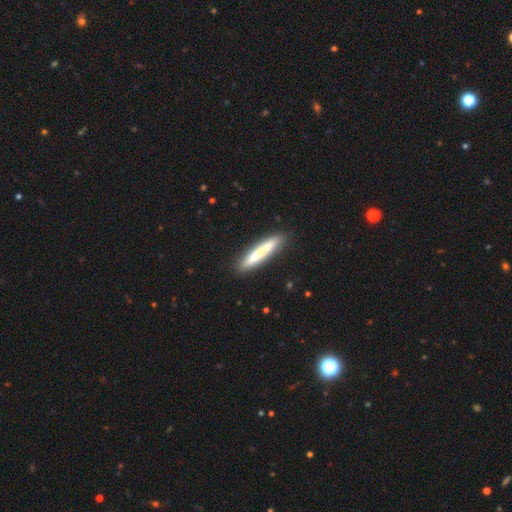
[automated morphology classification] A smooth galaxy with no disk features (65%) that is cigar-shaped (91%).

Vote fractions:
- Smooth or featured? smooth: 65% / featured or disk: 29% / star or artifact: 6%
- How rounded? cigar-shaped: 91% / in between: 7% / round: 1%
- Merging? none: 84% / minor disturbance: 10% / merger: 3% / major disturbance: 3%